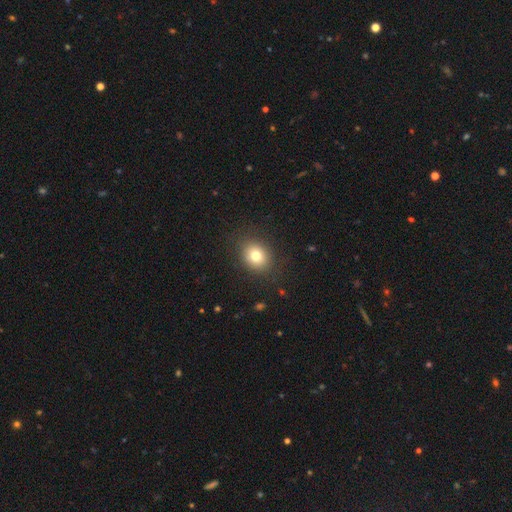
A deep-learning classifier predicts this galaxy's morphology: A smooth galaxy with no disk features (78%) that is round (59%). Merging: none (86%).